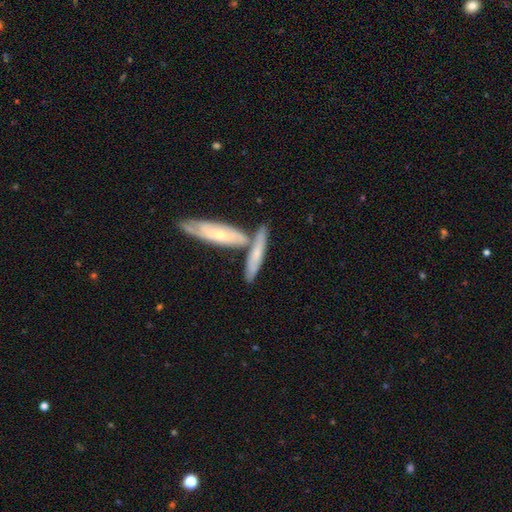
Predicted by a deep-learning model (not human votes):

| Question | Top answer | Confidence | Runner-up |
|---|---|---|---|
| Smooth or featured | smooth | 47% | tied: featured or disk (47%) |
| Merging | none | 46% | merger (39%) |